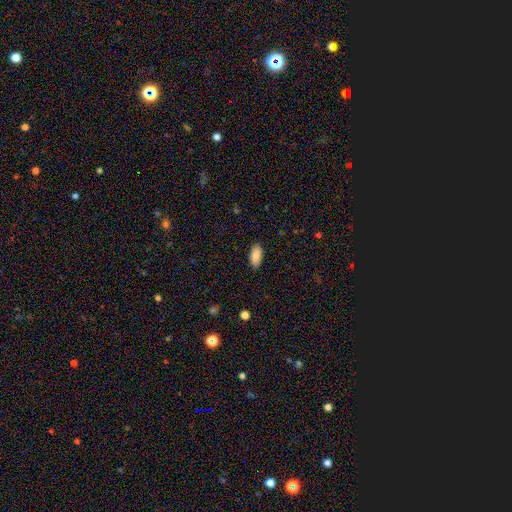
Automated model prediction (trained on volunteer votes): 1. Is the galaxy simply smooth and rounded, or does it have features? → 86% smooth, 7% featured or disk, 7% star or artifact.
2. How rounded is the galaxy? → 92% in between, 6% cigar-shaped, 2% round.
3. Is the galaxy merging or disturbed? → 87% none, 10% minor disturbance, 2% major disturbance, 1% merger.